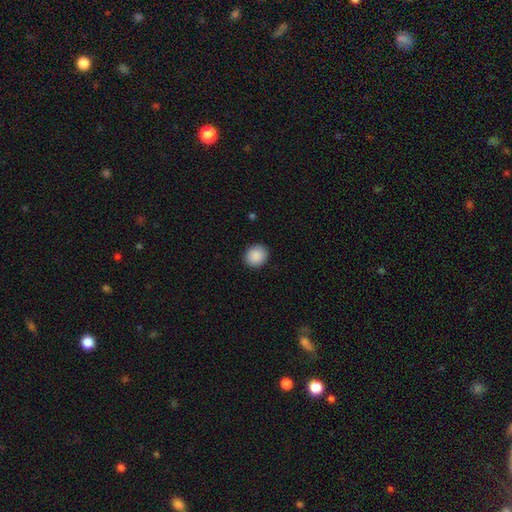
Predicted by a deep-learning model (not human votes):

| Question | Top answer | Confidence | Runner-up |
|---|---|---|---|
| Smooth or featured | smooth | 90% | star or artifact (7%) |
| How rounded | round | 82% | in between (17%) |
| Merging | none | 91% | minor disturbance (6%) |